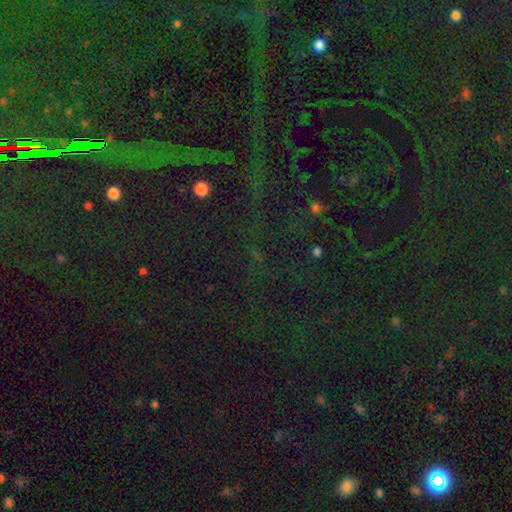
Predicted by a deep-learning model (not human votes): Morphology: type=star or artifact (83%).